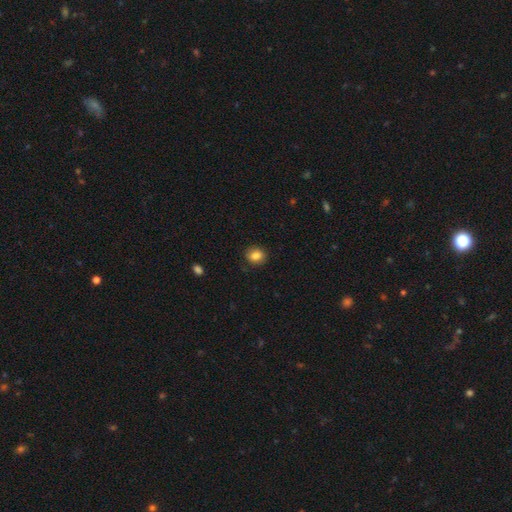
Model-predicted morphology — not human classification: Q: Smooth or featured?
A: smooth (84%); runner-up: star or artifact (9%)
Q: How rounded?
A: round (59%); runner-up: in between (40%)
Q: Merging?
A: none (85%); runner-up: minor disturbance (11%)